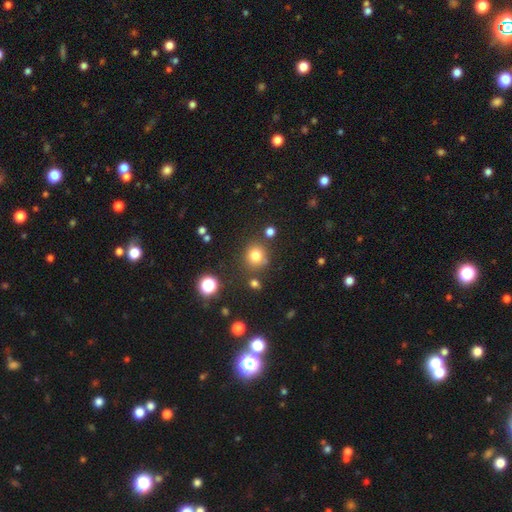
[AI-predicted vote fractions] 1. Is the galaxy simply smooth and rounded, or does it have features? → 77% smooth, 16% star or artifact, 7% featured or disk.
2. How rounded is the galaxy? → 88% round, 11% in between, 1% cigar-shaped.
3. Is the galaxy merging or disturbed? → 79% none, 10% minor disturbance, 7% merger, 4% major disturbance.